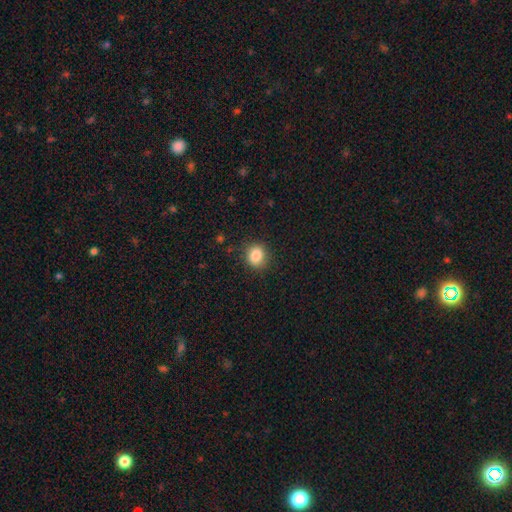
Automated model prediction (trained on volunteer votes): Smooth or featured: smooth — 86% (star or artifact — 10%)
How rounded: round — 70% (in between — 29%)
Merging: none — 85% (minor disturbance — 11%)